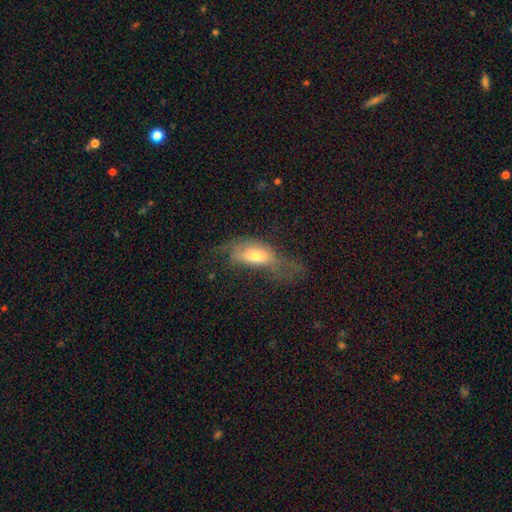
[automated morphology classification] Smooth or featured? Predicted: smooth (p=0.53). How rounded? Predicted: in between (p=0.73). Merging? Predicted: major disturbance (p=0.47).